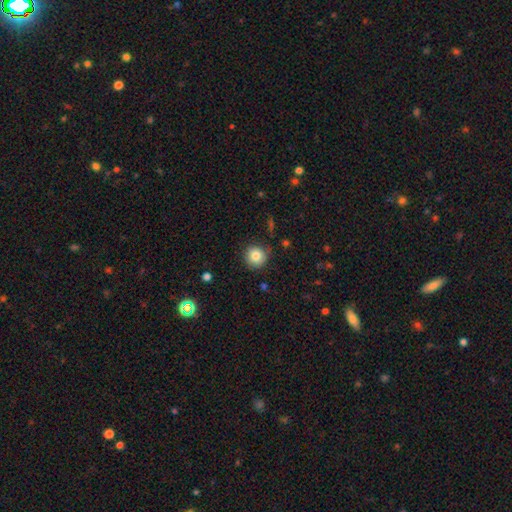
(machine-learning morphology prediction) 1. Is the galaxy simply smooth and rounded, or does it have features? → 83% smooth, 10% star or artifact, 7% featured or disk.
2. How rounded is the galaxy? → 93% round, 6% in between, 1% cigar-shaped.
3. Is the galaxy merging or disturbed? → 85% none, 11% minor disturbance, 3% major disturbance, 2% merger.